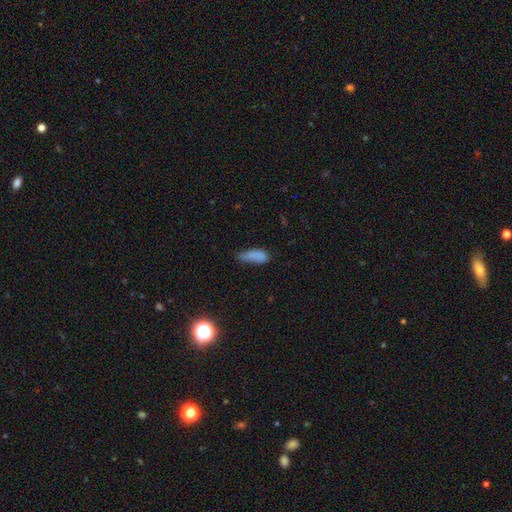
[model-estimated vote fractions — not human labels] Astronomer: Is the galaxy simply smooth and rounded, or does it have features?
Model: smooth — 81%.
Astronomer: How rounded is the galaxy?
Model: in between — 69%.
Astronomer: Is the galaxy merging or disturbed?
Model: none — 43% (runner-up: minor disturbance, 38%).